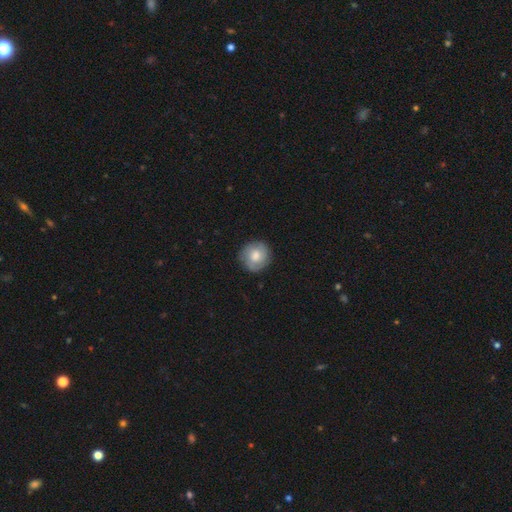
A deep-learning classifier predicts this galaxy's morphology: Smooth or featured?
  - smooth: 50% *
  - featured or disk: 43%
  - star or artifact: 7%
Merging?
  - none: 83% *
  - minor disturbance: 13%
  - major disturbance: 3%
  - merger: 1%